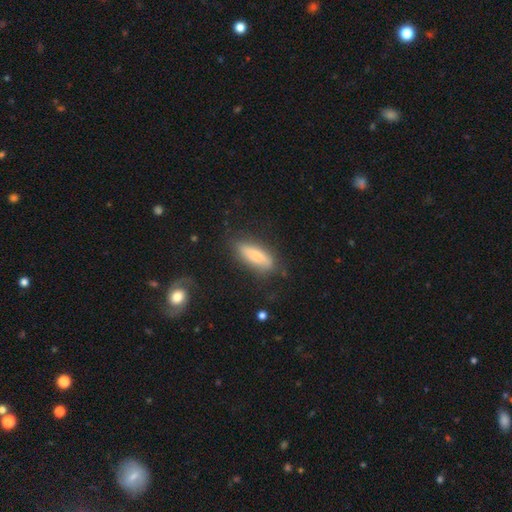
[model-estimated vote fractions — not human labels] Smooth or featured: smooth — 72% (featured or disk — 22%)
How rounded: in between — 50% (cigar-shaped — 48%)
Merging: none — 73% (minor disturbance — 19%)